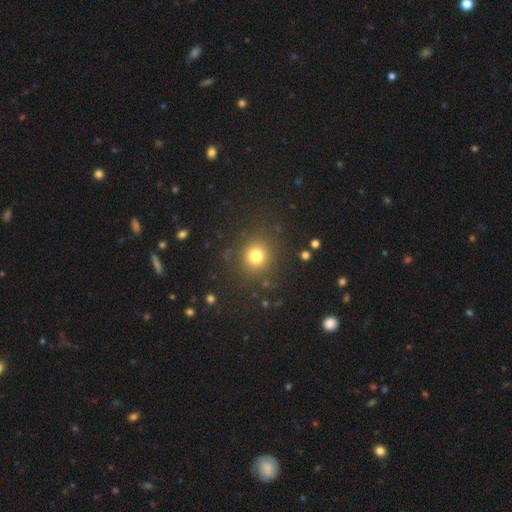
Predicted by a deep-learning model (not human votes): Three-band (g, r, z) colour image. It shows a smooth galaxy with no disk features (77%) that is round (87%). Merging: none (87%).